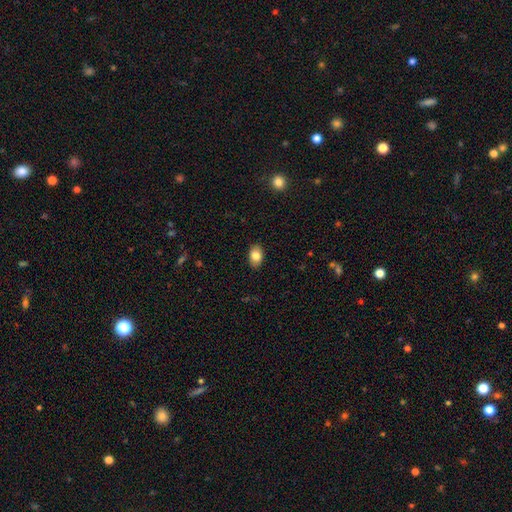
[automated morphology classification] Overall: smooth (83%). How rounded: in between (85%). Merging: none (88%).